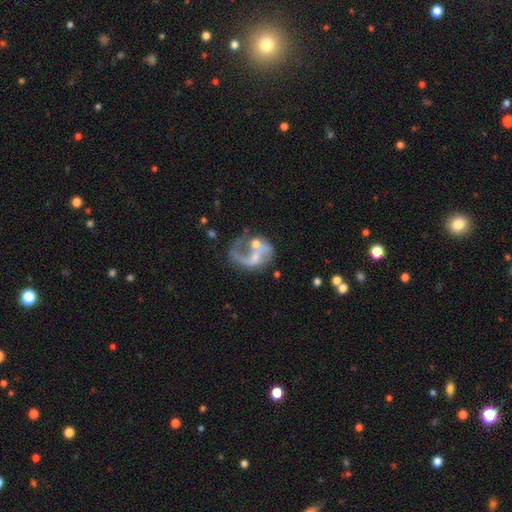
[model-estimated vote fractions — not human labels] This is likely a featured or disk galaxy (74%). It is clearly not viewed edge-on (98%). Bar: possibly no (58%). Spiral arm pattern: likely yes (74%). Spiral arm count: possibly 1 (50%). Spiral winding: likely loose (63%). Central bulge: marginally small (41%). Merging: marginally none (32%).